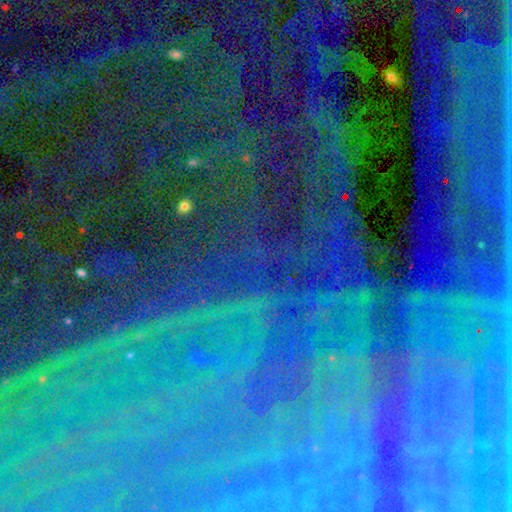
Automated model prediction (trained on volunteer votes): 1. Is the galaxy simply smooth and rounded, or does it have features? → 84% star or artifact, 9% featured or disk, 7% smooth.